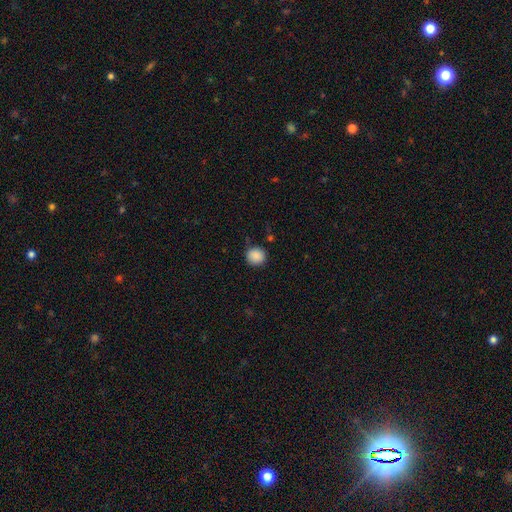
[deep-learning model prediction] smooth 89%, star or artifact 9%, featured or disk 3%. Down the decision tree: how rounded — round (89%); merging — none (84%).